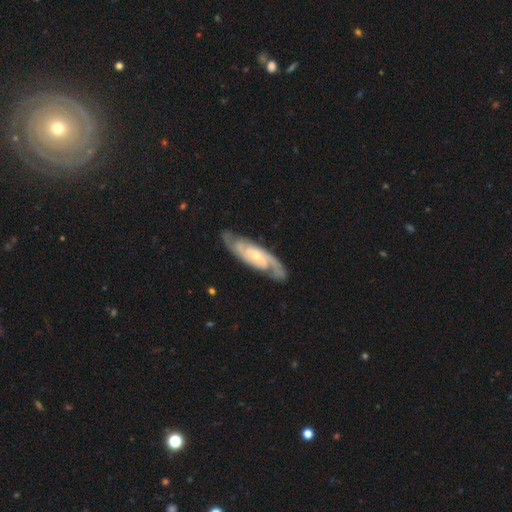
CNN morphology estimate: smooth_or_featured: featured or disk (p=0.86) [alt: smooth p=0.09]
disk_edge_on: no (p=0.88) [alt: yes p=0.12]
bar: no (p=0.60) [alt: weak p=0.29]
has_spiral_arms: yes (p=0.96) [alt: no p=0.04]
spiral_winding: tight (p=0.50) [alt: medium p=0.41]
spiral_arm_count: 2 (p=0.75) [alt: can't tell p=0.11]
bulge_size: small (p=0.63) [alt: moderate p=0.33]
merging: none (p=0.81) [alt: minor disturbance p=0.14]